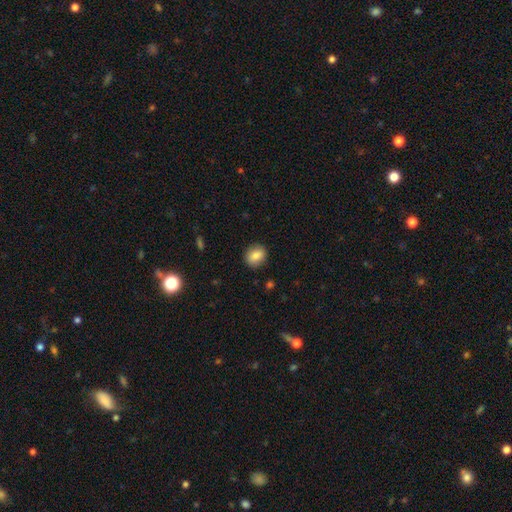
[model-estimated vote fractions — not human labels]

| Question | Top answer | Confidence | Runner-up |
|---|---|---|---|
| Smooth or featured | smooth | 83% | star or artifact (8%) |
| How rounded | round | 67% | in between (32%) |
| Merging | none | 88% | minor disturbance (9%) |